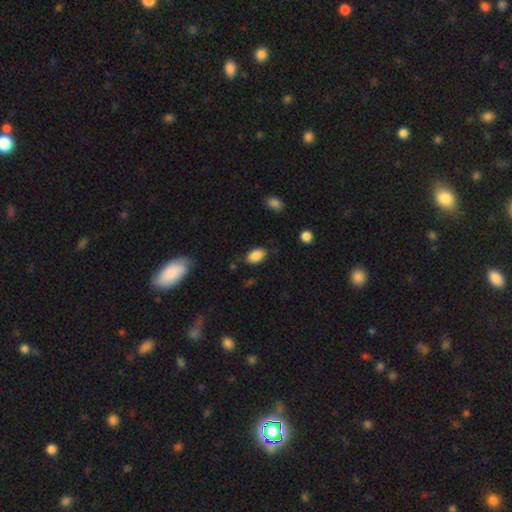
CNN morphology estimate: smooth-or-featured: smooth: 88% | star or artifact: 8% | featured or disk: 4%
  how-rounded: in between: 91% | round: 7% | cigar-shaped: 2%
  merging: none: 82% | minor disturbance: 14% | major disturbance: 3% | merger: 2%